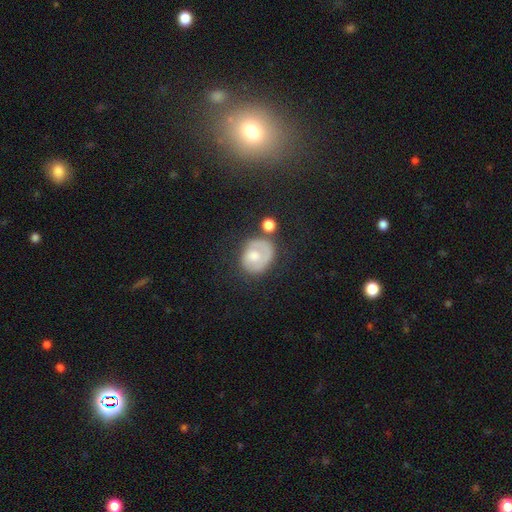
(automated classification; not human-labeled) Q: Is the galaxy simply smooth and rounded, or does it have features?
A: smooth — 54%.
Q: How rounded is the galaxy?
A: round — 59%.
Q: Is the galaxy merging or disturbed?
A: none — 46%.